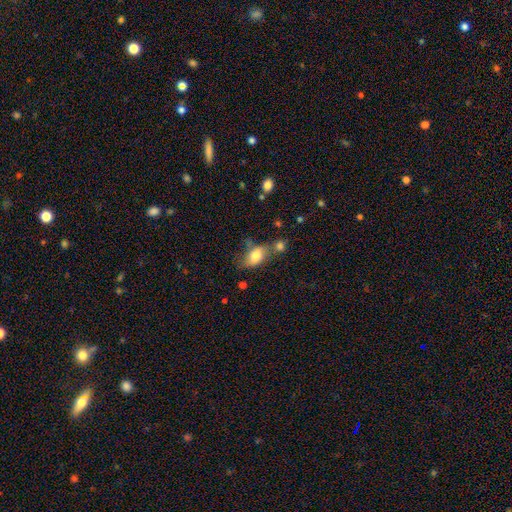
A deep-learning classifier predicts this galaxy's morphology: Overall: smooth (74%). How rounded: in between (86%). Merging: none (41%; minor disturbance 24%).